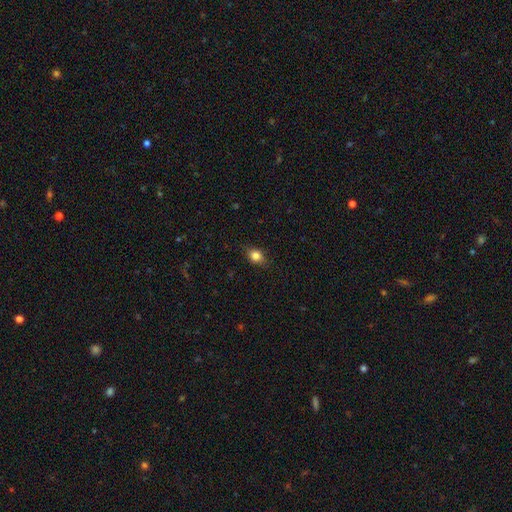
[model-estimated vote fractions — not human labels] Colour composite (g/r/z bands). It shows a smooth galaxy with no disk features (81%) that is in between round and cigar-shaped (53%). Merging: none (81%).